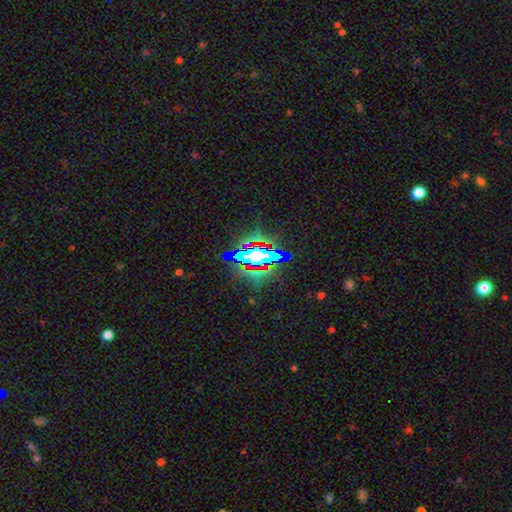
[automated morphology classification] This is likely a star or artifact rather than a galaxy (65%).